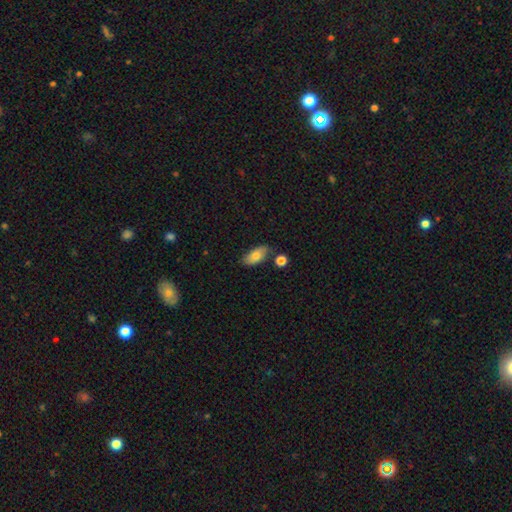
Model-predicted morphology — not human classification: This is likely a smooth galaxy (71%). How rounded: clearly in between (89%). Merging: likely none (72%).